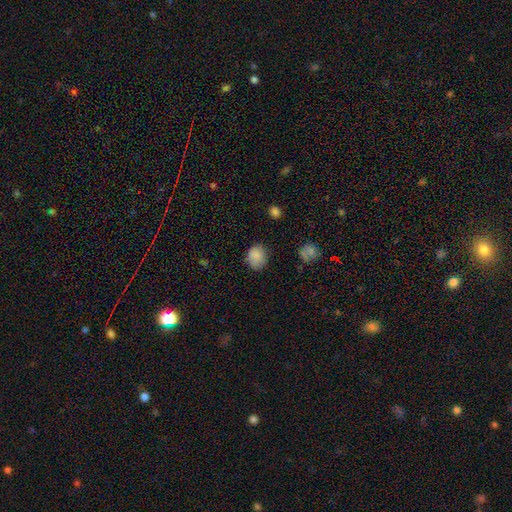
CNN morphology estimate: Smooth or featured? Predicted: smooth (p=0.85). How rounded? Predicted: round (p=0.55). Merging? Predicted: none (p=0.74).